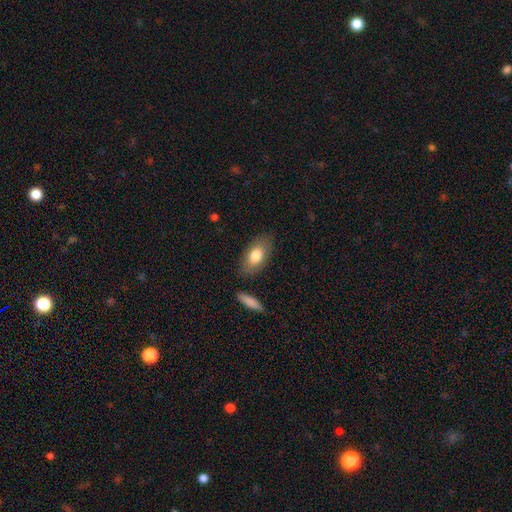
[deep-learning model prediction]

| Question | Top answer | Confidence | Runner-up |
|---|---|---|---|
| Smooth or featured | smooth | 78% | featured or disk (16%) |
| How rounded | in between | 90% | cigar-shaped (5%) |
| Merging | none | 80% | minor disturbance (13%) |